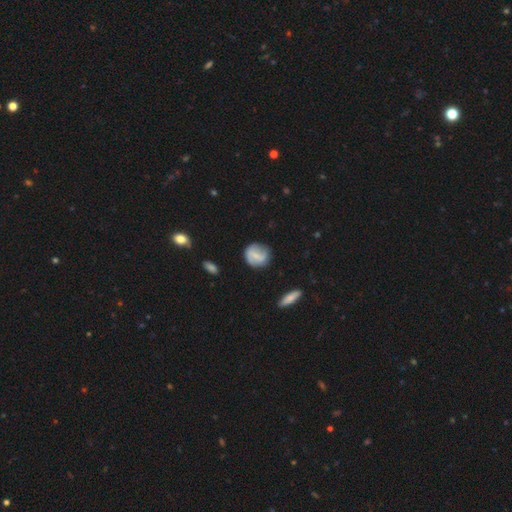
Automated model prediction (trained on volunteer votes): smooth_or_featured: smooth (p=0.55) [alt: featured or disk p=0.37]
how_rounded: round (p=0.77) [alt: in between p=0.21]
merging: none (p=0.76) [alt: minor disturbance p=0.17]